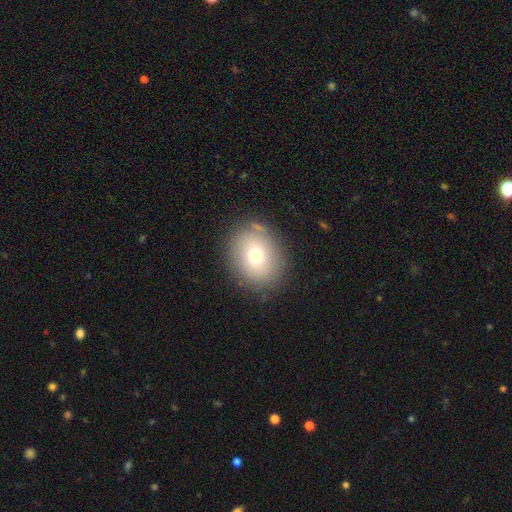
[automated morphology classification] Smooth or featured? smooth (70%)
How rounded? round (58%)
Merging? none (81%)